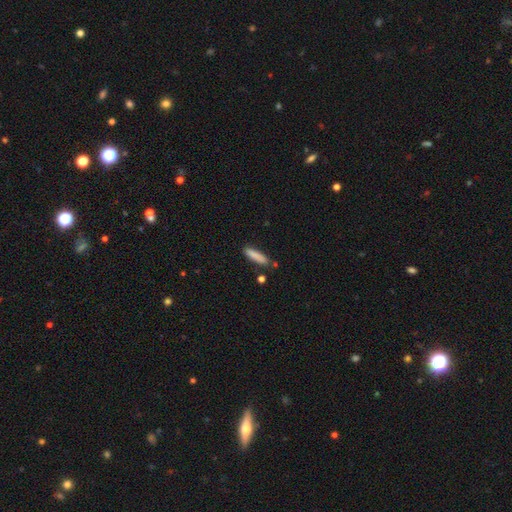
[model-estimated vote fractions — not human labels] This is clearly a smooth galaxy (85%). How rounded: clearly cigar-shaped (80%). Merging: likely none (80%).